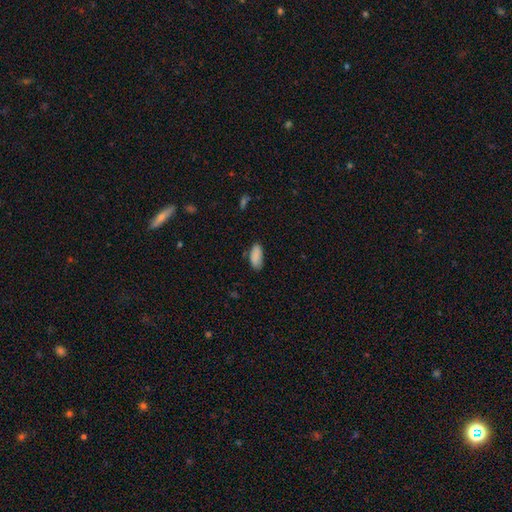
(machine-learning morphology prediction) smooth_or_featured: smooth (p=0.88) [alt: star or artifact p=0.07]
how_rounded: in between (p=0.87) [alt: cigar-shaped p=0.11]
merging: none (p=0.80) [alt: minor disturbance p=0.15]